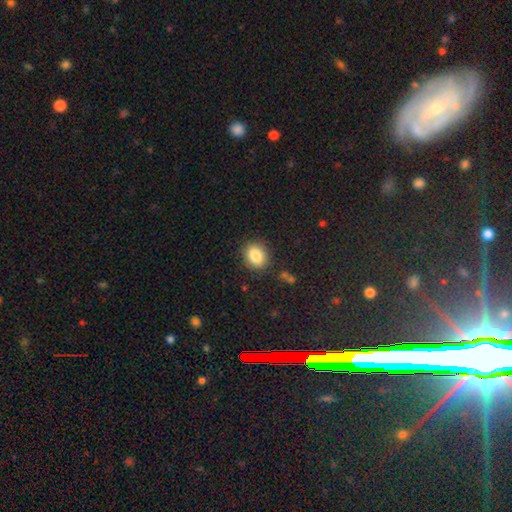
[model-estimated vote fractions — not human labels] Smooth or featured? Predicted: smooth (p=0.84). How rounded? Predicted: round (p=0.62). Merging? Predicted: none (p=0.86).